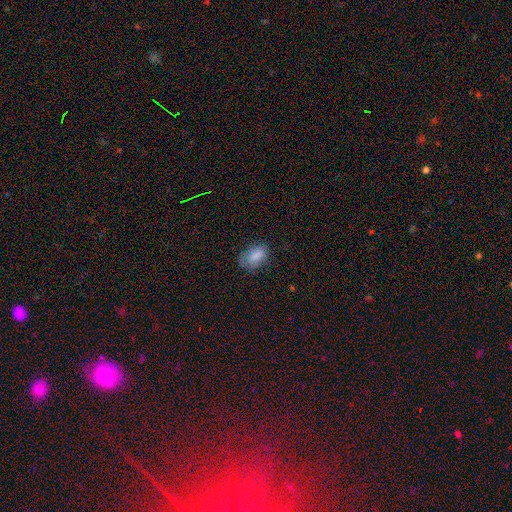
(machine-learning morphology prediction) Smooth or featured? smooth (81%)
How rounded? in between (89%)
Merging? none (66%)